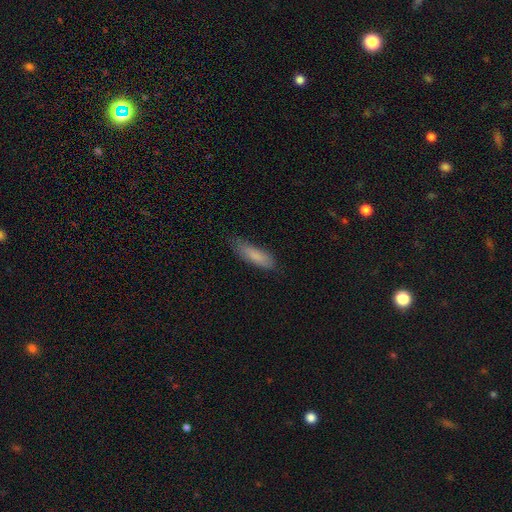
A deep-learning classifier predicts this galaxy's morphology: A smooth galaxy with no disk features (83%) that is cigar-shaped (60%). Merging: none (72%).